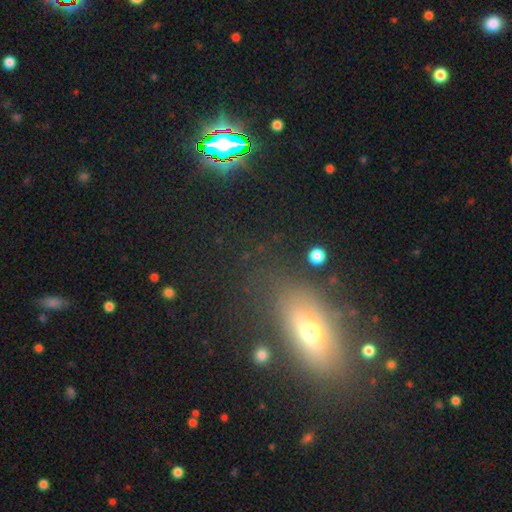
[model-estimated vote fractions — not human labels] This is marginally a smooth galaxy (42%). Merging: likely none (74%).